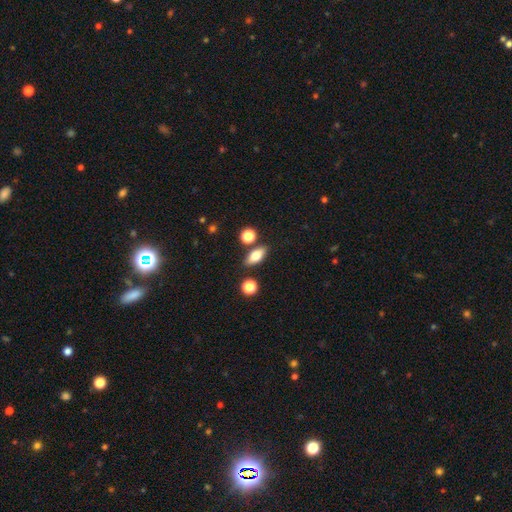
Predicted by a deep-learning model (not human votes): Q: Smooth or featured?
A: smooth (73%); runner-up: featured or disk (18%)
Q: How rounded?
A: in between (78%); runner-up: cigar-shaped (14%)
Q: Merging?
A: none (81%); runner-up: minor disturbance (10%)